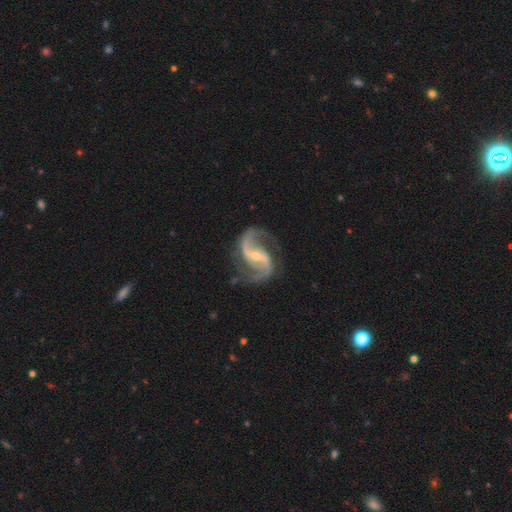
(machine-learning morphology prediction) This appears to be a featured or disk galaxy (93%) with a weak bar (41%), 2 (93%) medium (52%) spiral arms (98%) and a small central bulge (66%). Merging: none (76%).